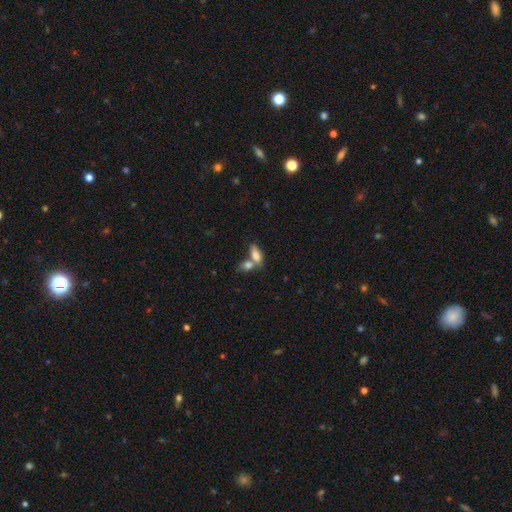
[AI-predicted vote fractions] Smooth or featured? smooth (78%)
How rounded? in between (80%)
Merging? merger (52%)